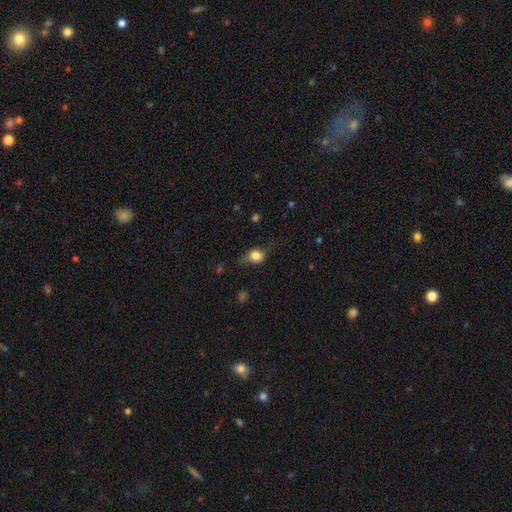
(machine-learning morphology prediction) Overall: smooth (74%). How rounded: in between (54%; round 43%). Merging: none (57%; minor disturbance 29%).